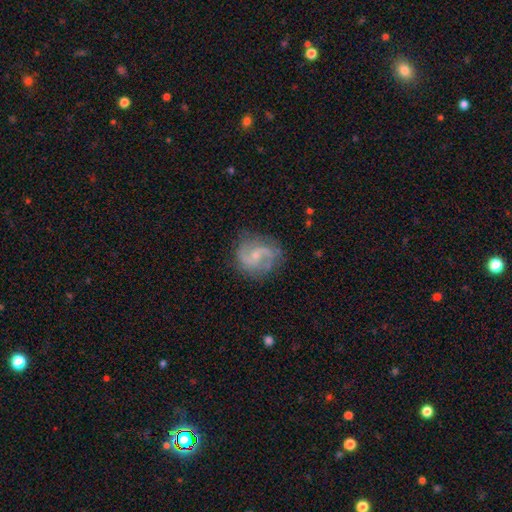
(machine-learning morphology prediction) A featured or disk galaxy (80%) with a weak bar (47%), 2 (87%) medium (48%) spiral arms (94%) and a small central bulge (61%). Merging: none (76%).